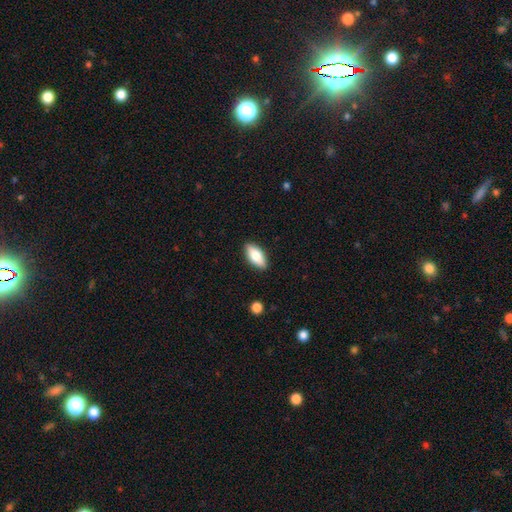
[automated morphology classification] Smooth or featured? smooth (75%)
How rounded? in between (82%)
Merging? none (88%)